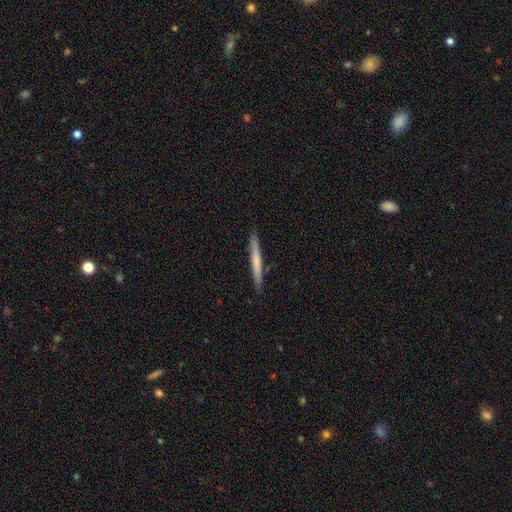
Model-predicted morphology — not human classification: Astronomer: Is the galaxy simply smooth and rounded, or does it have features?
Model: smooth — 51% (runner-up: featured or disk, 43%).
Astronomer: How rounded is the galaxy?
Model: cigar-shaped — 97%.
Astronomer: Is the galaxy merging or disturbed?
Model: none — 91%.